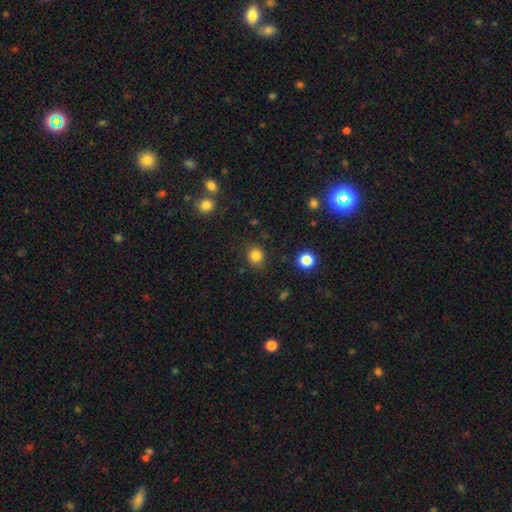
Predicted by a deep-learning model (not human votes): Smooth or featured? Predicted: smooth (p=0.83). How rounded? Predicted: round (p=0.78). Merging? Predicted: none (p=0.84).